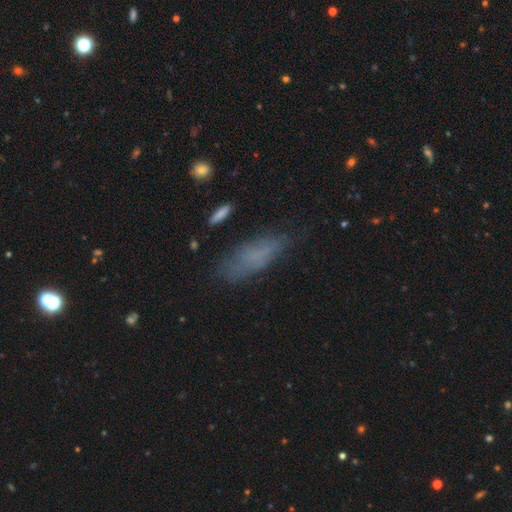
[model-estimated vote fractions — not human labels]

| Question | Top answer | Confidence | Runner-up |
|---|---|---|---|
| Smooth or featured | smooth | 68% | featured or disk (18%) |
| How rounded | in between | 62% | cigar-shaped (35%) |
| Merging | none | 63% | minor disturbance (24%) |